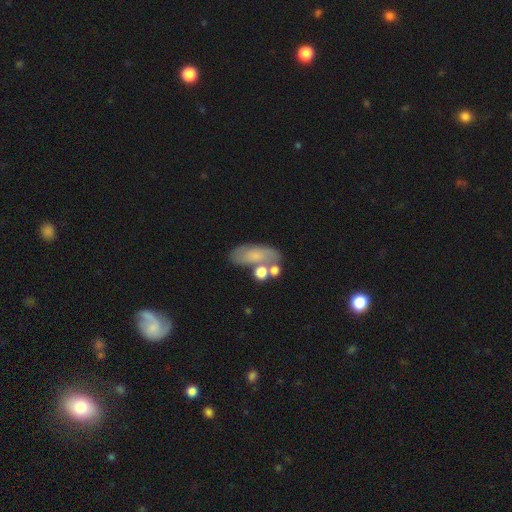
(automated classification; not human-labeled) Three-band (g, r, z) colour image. It shows a smooth galaxy with no disk features (57%) that is in between round and cigar-shaped (82%). Merging: none (51%).